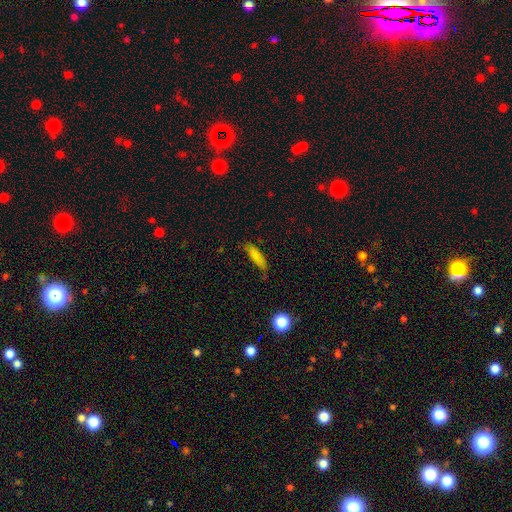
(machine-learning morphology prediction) Smooth or featured? smooth (81%)
How rounded? cigar-shaped (66%)
Merging? none (76%)